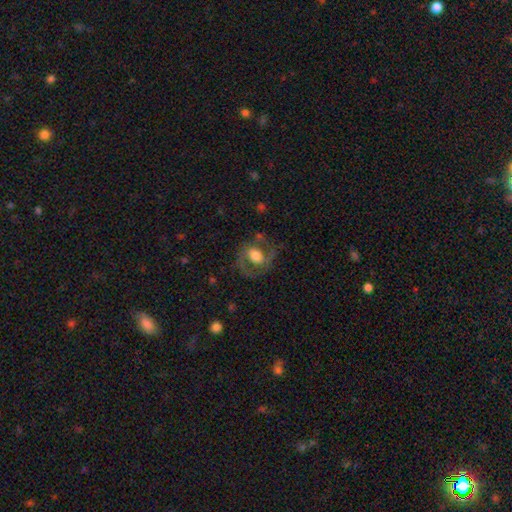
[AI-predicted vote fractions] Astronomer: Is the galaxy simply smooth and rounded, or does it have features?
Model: featured or disk — 62%.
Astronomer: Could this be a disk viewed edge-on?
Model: no — 96%.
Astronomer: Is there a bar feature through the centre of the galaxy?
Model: no — 51% (runner-up: weak, 34%).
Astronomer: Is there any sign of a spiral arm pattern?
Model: yes — 71%.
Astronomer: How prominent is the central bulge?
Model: moderate — 53% (runner-up: large, 35%).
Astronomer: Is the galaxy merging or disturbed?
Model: none — 66%.